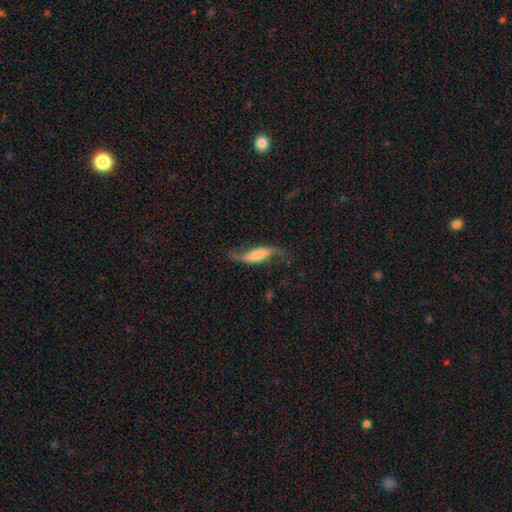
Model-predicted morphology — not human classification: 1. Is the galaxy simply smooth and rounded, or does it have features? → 65% featured or disk, 27% smooth, 7% star or artifact.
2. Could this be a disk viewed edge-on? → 80% no, 20% yes.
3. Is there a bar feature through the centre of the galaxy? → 43% no, 31% weak, 27% strong.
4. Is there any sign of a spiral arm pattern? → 91% yes, 9% no.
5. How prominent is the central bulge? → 27% none, 24% small, 21% moderate, 20% large, 9% dominant.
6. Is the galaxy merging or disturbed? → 62% none, 21% minor disturbance, 15% major disturbance, 3% merger.